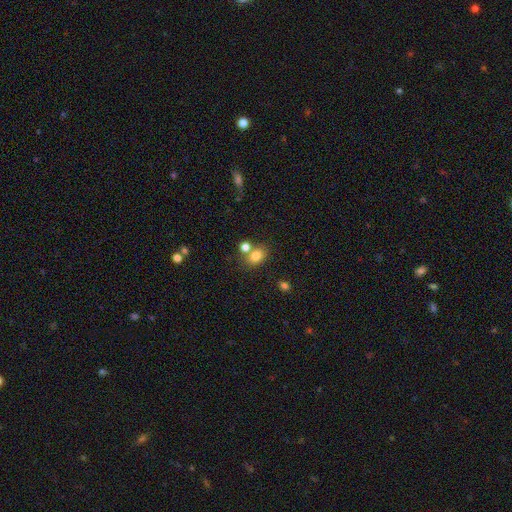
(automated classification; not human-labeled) smooth_or_featured: smooth (p=0.79) [alt: star or artifact p=0.12]
how_rounded: in between (p=0.63) [alt: round p=0.36]
merging: none (p=0.57) [alt: merger p=0.28]